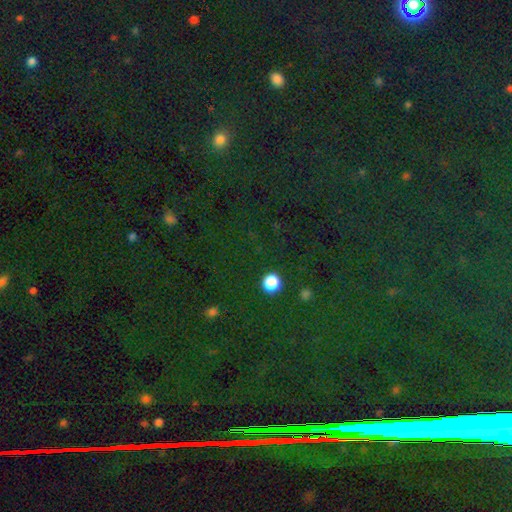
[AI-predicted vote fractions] The model was most divided on "smooth or featured": star or artifact: 78%, smooth: 14%, featured or disk: 8%.